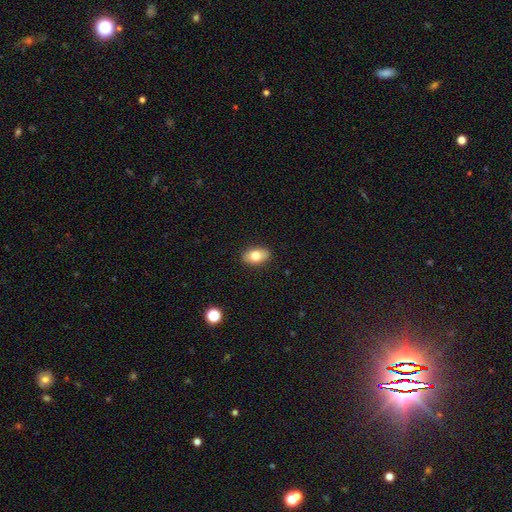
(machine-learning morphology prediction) smooth 78%, featured or disk 15%, star or artifact 8%. Down the decision tree: how rounded — in between (89%); merging — none (89%).